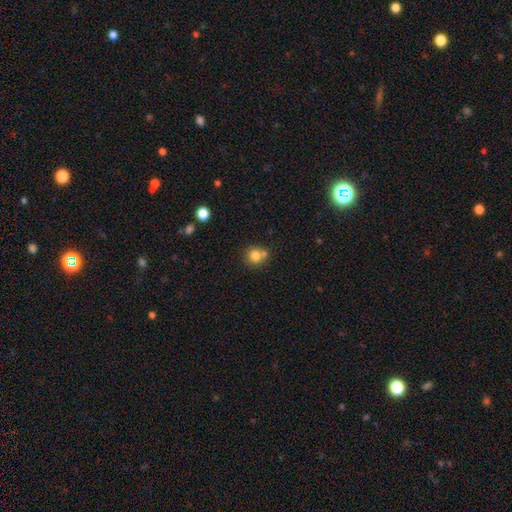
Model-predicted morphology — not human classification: The model was most divided on "merging": none: 56%, merger: 30%, minor disturbance: 11%, major disturbance: 3%. More confident: how rounded — round (86%); smooth or featured — smooth (79%).